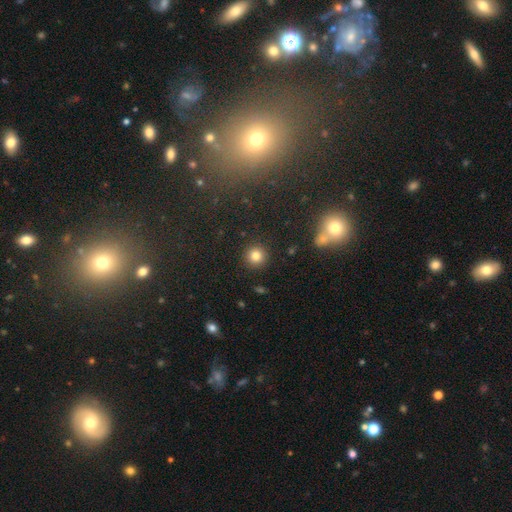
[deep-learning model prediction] Smooth or featured? smooth (82%)
How rounded? round (94%)
Merging? none (91%)